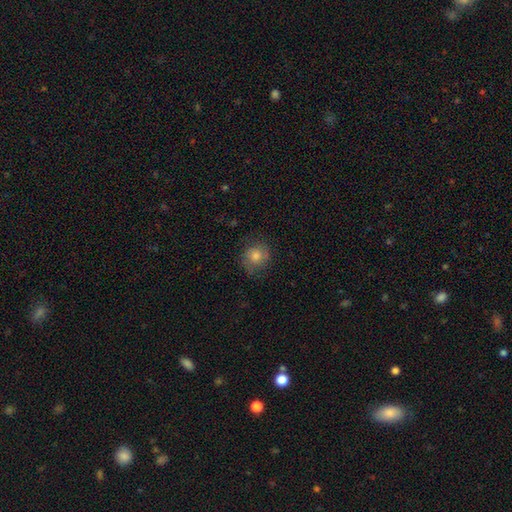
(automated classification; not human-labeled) Overall: smooth (61%; featured or disk 25%). How rounded: round (85%). Merging: none (77%).